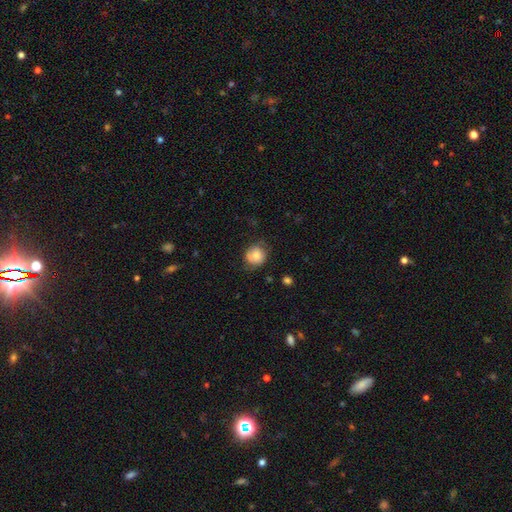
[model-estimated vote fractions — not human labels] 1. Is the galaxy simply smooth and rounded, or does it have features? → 73% smooth, 19% featured or disk, 8% star or artifact.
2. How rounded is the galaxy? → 83% round, 16% in between, 1% cigar-shaped.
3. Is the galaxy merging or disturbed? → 68% none, 23% minor disturbance, 7% major disturbance, 2% merger.